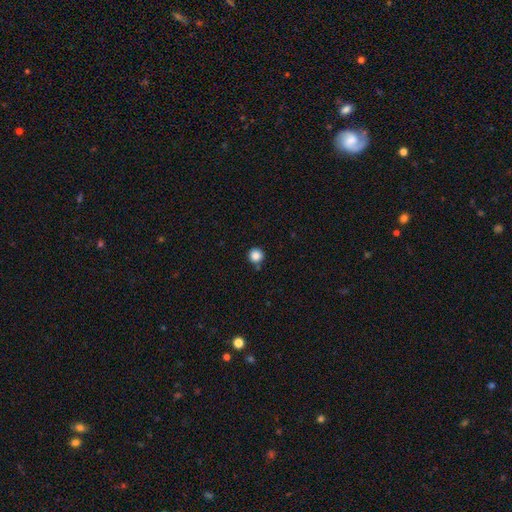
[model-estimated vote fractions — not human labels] Morphology: type=smooth (86%); roundness=round (95%); merging=none (83%).